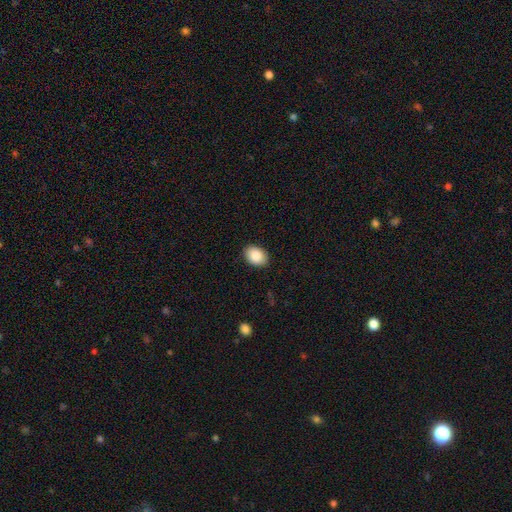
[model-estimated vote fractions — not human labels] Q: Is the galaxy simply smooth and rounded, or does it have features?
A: smooth — 89%.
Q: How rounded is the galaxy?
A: in between — 78%.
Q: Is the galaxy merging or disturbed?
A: none — 90%.